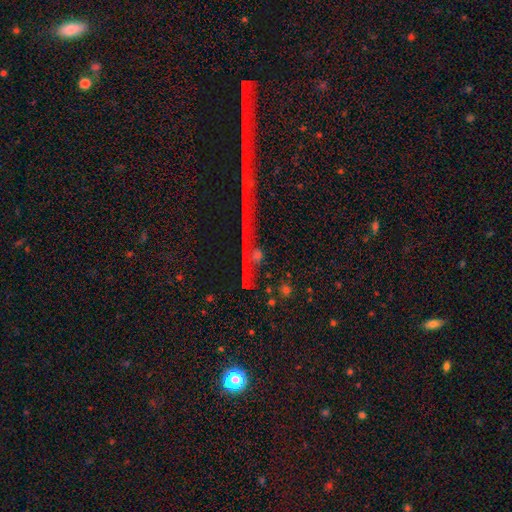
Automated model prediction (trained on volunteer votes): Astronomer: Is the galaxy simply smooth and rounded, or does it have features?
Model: star or artifact — 70%.